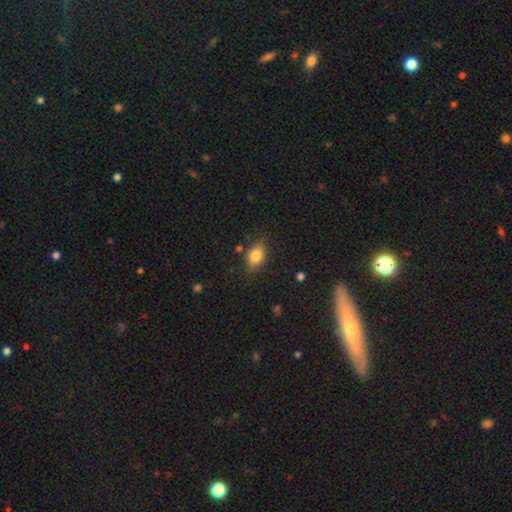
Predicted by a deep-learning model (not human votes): Overall: smooth (80%). How rounded: in between (80%). Merging: none (79%).